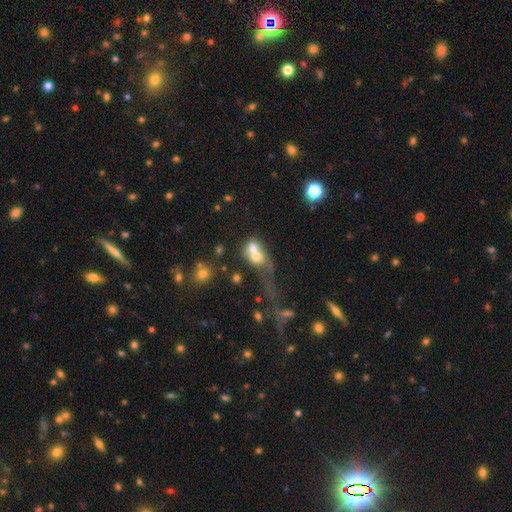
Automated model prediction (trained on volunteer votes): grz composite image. It shows a smooth galaxy with no disk features (60%) that is round (52%). Merging: merger (71%).